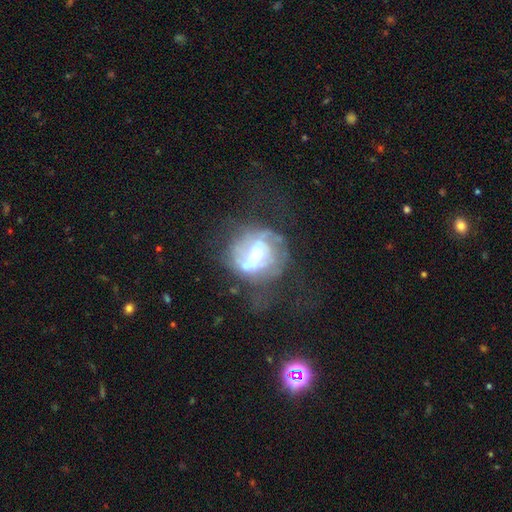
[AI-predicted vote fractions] Smooth or featured?
  - featured or disk: 73% *
  - smooth: 18%
  - star or artifact: 9%
Edge-on disk?
  - no: 96% *
  - yes: 4%
Bar?
  - weak: 41% *
  - no: 30%
  - strong: 29%
Spiral arms?
  - yes: 69% *
  - no: 31%
Bulge size?
  - moderate: 60% *
  - large: 19%
  - small: 17%
  - dominant: 2%
  - none: 2%
Merging?
  - none: 42% *
  - major disturbance: 32%
  - minor disturbance: 21%
  - merger: 5%